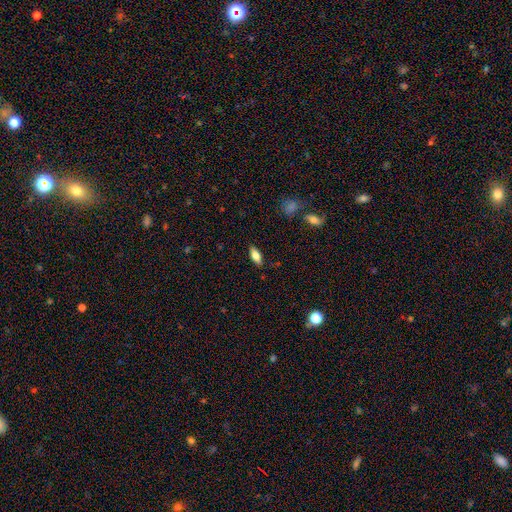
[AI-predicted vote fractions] smooth-or-featured: smooth: 69% | featured or disk: 23% | star or artifact: 8%
  how-rounded: in between: 79% | cigar-shaped: 18% | round: 3%
  merging: none: 86% | minor disturbance: 10% | major disturbance: 2% | merger: 1%